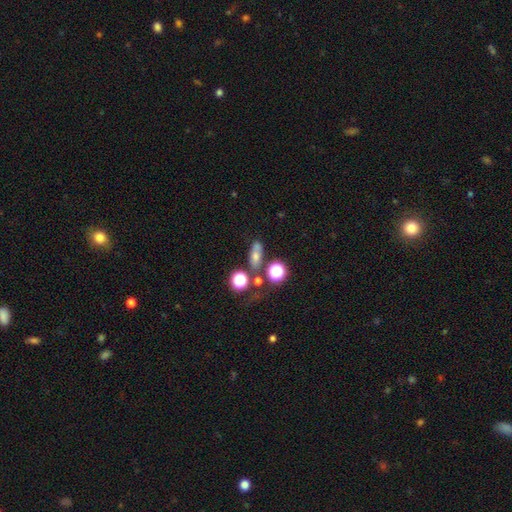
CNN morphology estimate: This is possibly a smooth galaxy (56%). How rounded: possibly in between (55%). Merging: possibly none (60%).